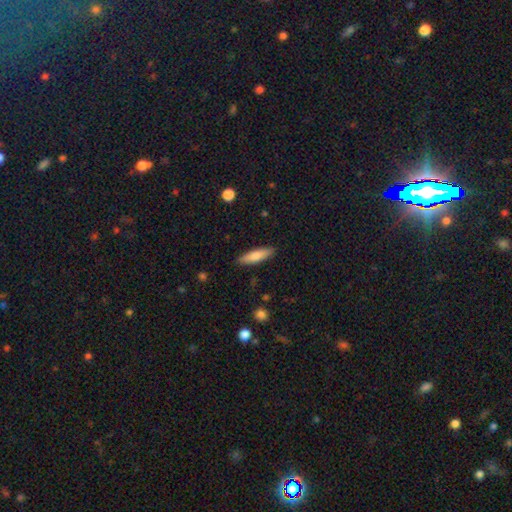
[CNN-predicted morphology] The model was most divided on "how rounded": cigar-shaped: 68%, in between: 30%, round: 2%. More confident: merging — none (88%); smooth or featured — smooth (77%).